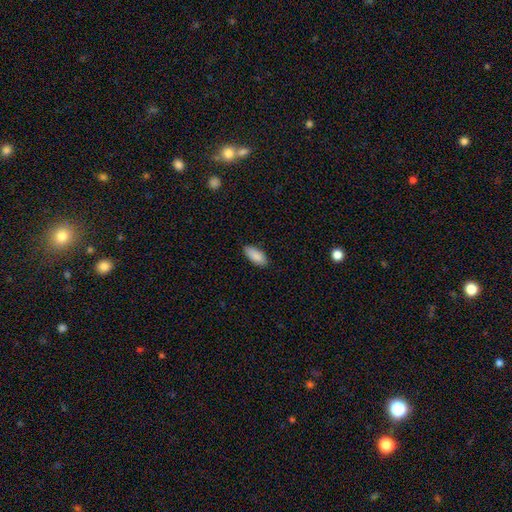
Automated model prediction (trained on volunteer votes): smooth_or_featured: smooth (p=0.90) [alt: star or artifact p=0.06]
how_rounded: in between (p=0.87) [alt: cigar-shaped p=0.12]
merging: none (p=0.85) [alt: minor disturbance p=0.12]